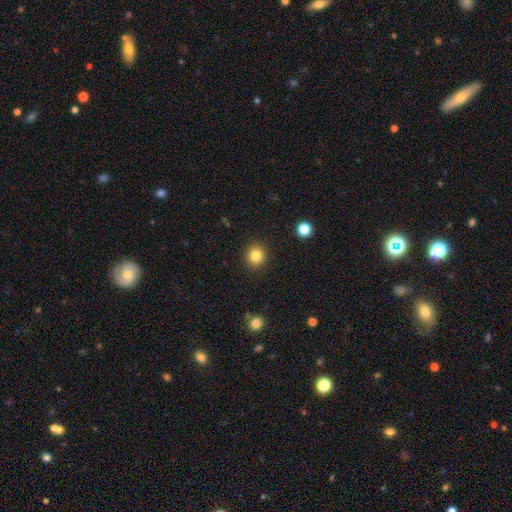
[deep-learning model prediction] This is clearly a smooth galaxy (83%). How rounded: clearly round (86%). Merging: clearly none (91%).